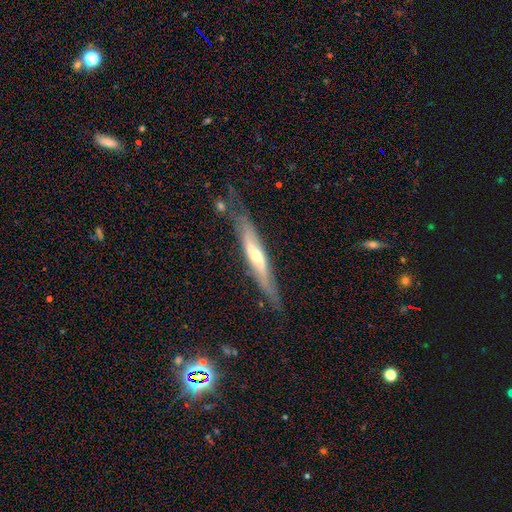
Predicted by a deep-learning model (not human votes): smooth_or_featured: featured or disk (p=0.68) [alt: smooth p=0.26]
disk_edge_on: yes (p=0.64) [alt: no p=0.36]
merging: none (p=0.64) [alt: minor disturbance p=0.23]